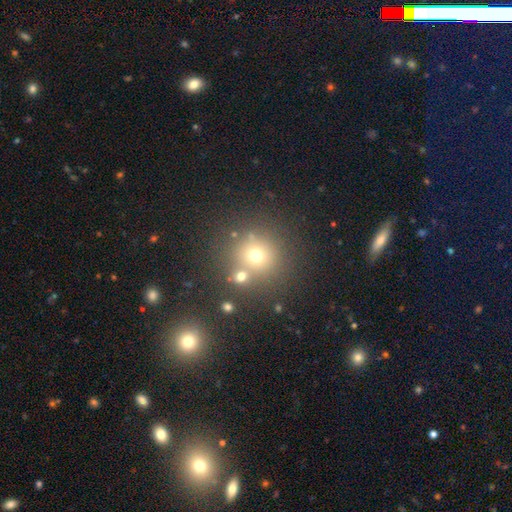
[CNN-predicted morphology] Overall: smooth (65%). How rounded: round (92%). Merging: none (72%).